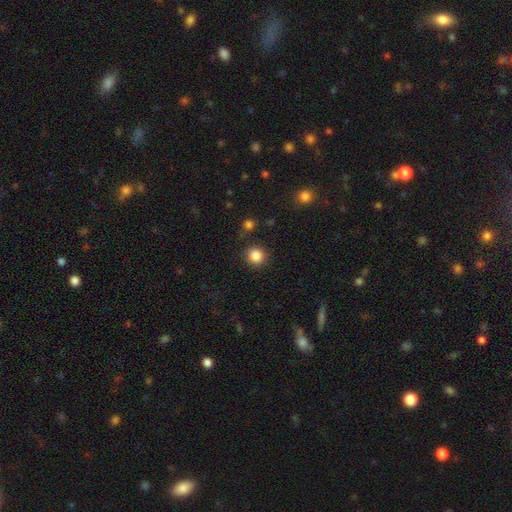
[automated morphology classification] The model was most divided on "smooth or featured": smooth: 86%, star or artifact: 11%, featured or disk: 4%. More confident: how rounded — round (91%); merging — none (88%).